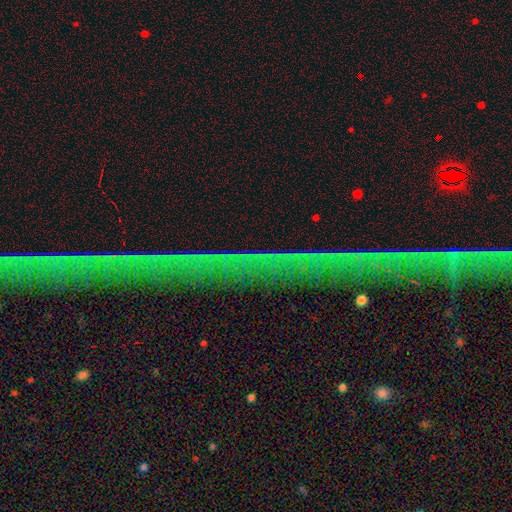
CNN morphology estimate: This appears to be a star or artifact, not a galaxy (77%).